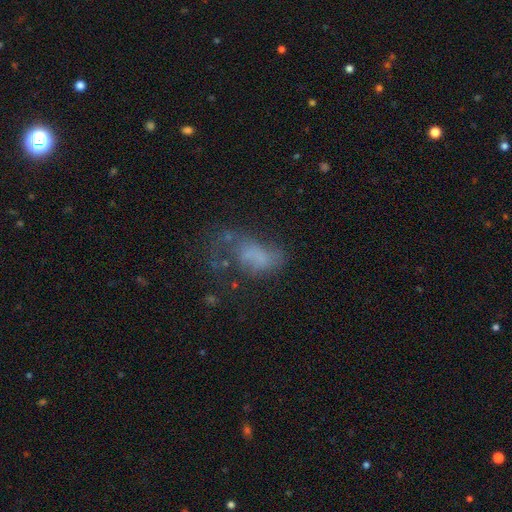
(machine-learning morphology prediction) smooth-or-featured: smooth: 45% | featured or disk: 38% | star or artifact: 17%
  merging: major disturbance: 47% | none: 25% | minor disturbance: 19% | merger: 10%